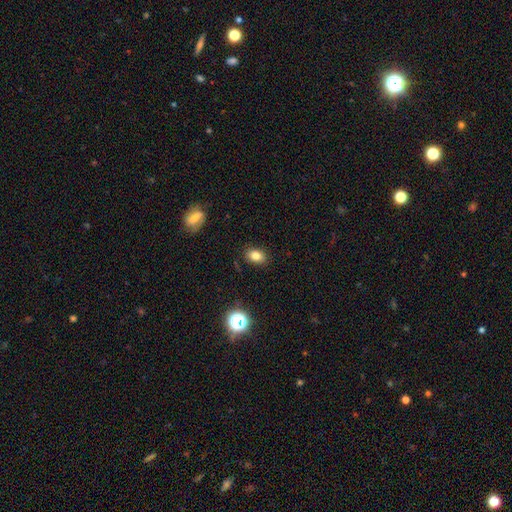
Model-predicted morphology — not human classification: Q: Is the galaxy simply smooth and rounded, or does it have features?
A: smooth — 80%.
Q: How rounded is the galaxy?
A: in between — 78%.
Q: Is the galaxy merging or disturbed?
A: none — 85%.